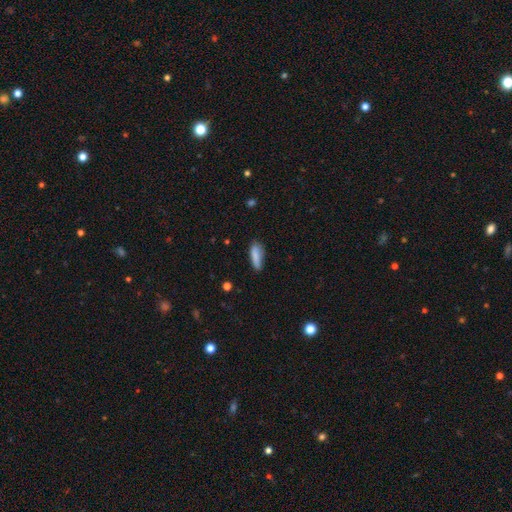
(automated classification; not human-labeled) Morphology: type=smooth (85%); roundness=in between (52%); merging=none (69%).